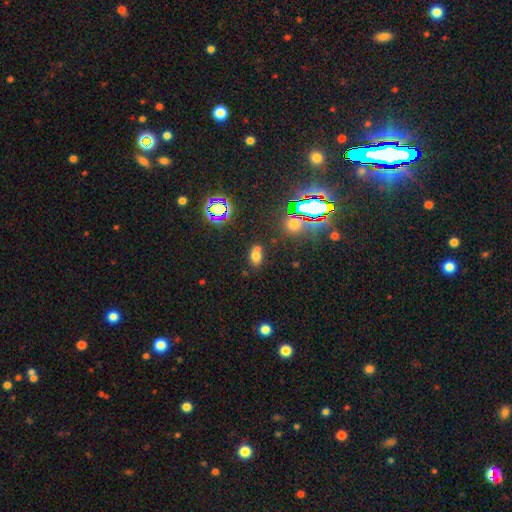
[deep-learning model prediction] The model was most divided on "merging": none: 53%, merger: 31%, minor disturbance: 12%, major disturbance: 4%. More confident: how rounded — in between (70%); smooth or featured — smooth (67%).